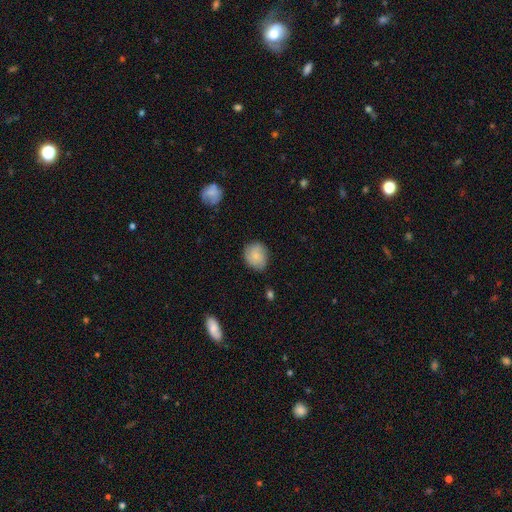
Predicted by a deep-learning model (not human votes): Smooth or featured?
  - smooth: 77% *
  - featured or disk: 16%
  - star or artifact: 7%
How rounded?
  - round: 67% *
  - in between: 31%
  - cigar-shaped: 1%
Merging?
  - none: 74% *
  - minor disturbance: 21%
  - major disturbance: 4%
  - merger: 2%